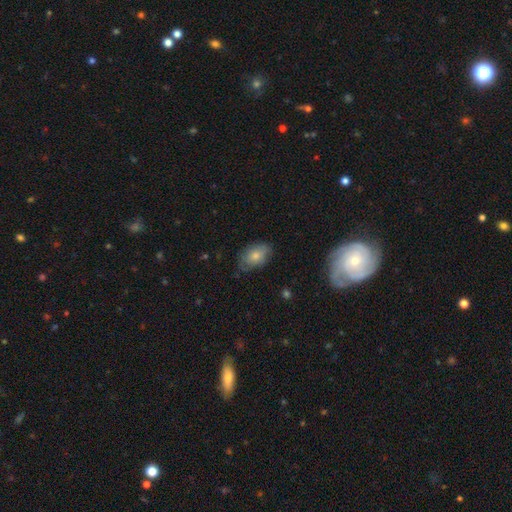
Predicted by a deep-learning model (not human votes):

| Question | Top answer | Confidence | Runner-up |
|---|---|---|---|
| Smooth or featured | smooth | 74% | featured or disk (19%) |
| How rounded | in between | 89% | round (9%) |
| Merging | none | 67% | minor disturbance (26%) |